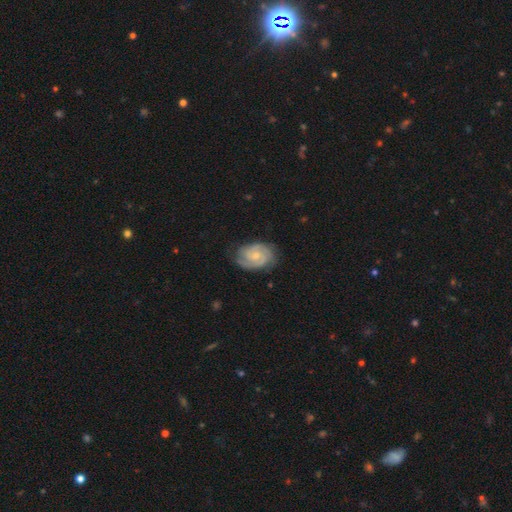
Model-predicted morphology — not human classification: The model was most divided on "bar": no: 58%, weak: 36%, strong: 6%. More confident: edge-on disk — no (98%); spiral arms — yes (97%); smooth or featured — featured or disk (86%); merging — none (77%); spiral arm count — 2 (76%); spiral winding — tight (61%); bulge size — small (60%).